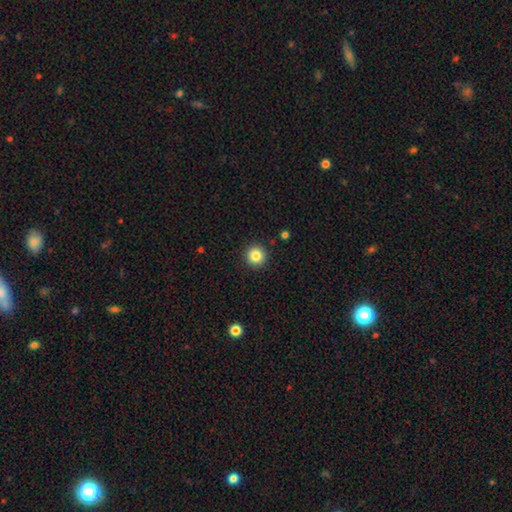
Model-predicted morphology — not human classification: smooth-or-featured: smooth: 84% | star or artifact: 10% | featured or disk: 5%
  how-rounded: round: 95% | in between: 4% | cigar-shaped: 1%
  merging: none: 92% | minor disturbance: 5% | major disturbance: 2% | merger: 1%